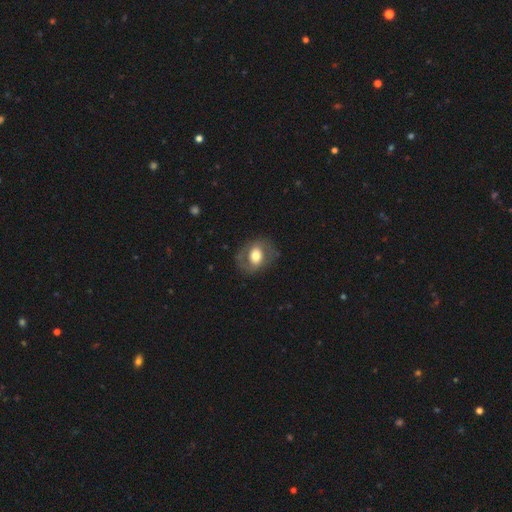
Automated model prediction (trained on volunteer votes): A featured or disk galaxy (48%). Merging: none (72%).